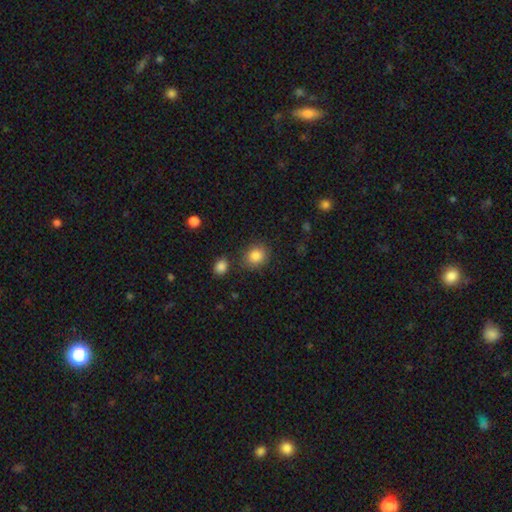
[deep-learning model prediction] This appears to be a smooth galaxy with no disk features (85%) that is round (70%). Merging: none (81%).